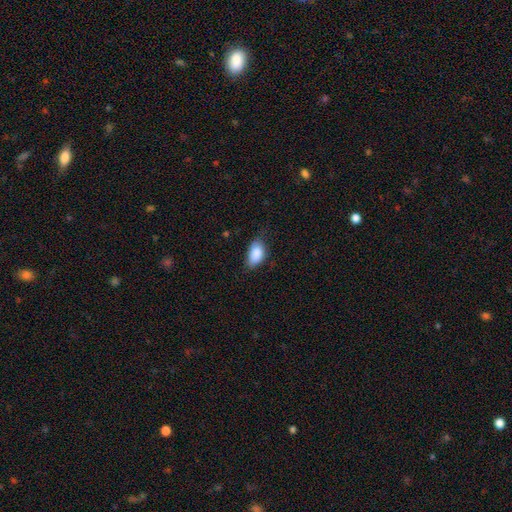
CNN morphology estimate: Overall: smooth (87%). How rounded: in between (93%). Merging: none (60%; minor disturbance 32%).